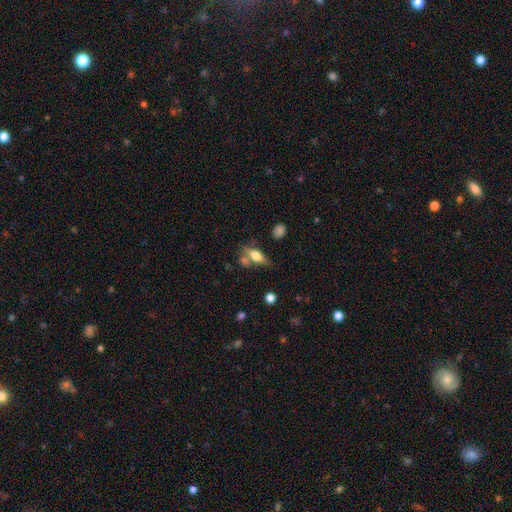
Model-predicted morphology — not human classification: Smooth or featured?
  - smooth: 62% *
  - featured or disk: 29%
  - star or artifact: 9%
How rounded?
  - in between: 63% *
  - cigar-shaped: 31%
  - round: 6%
Merging?
  - none: 50% *
  - merger: 25%
  - minor disturbance: 17%
  - major disturbance: 8%